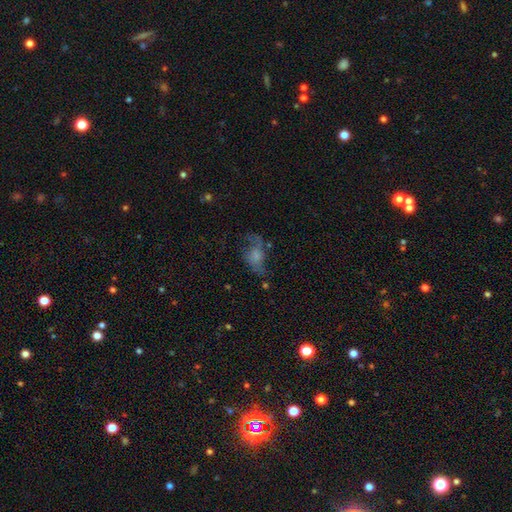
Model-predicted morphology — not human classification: smooth-or-featured: featured or disk: 47% | smooth: 39% | star or artifact: 14%
  merging: none: 40% | major disturbance: 33% | minor disturbance: 22% | merger: 4%